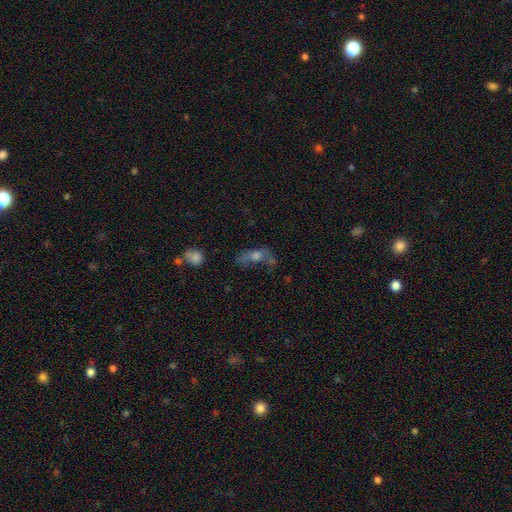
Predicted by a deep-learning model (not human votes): smooth_or_featured: smooth (p=0.48) [alt: featured or disk p=0.36]
merging: none (p=0.33) [alt: major disturbance p=0.30]